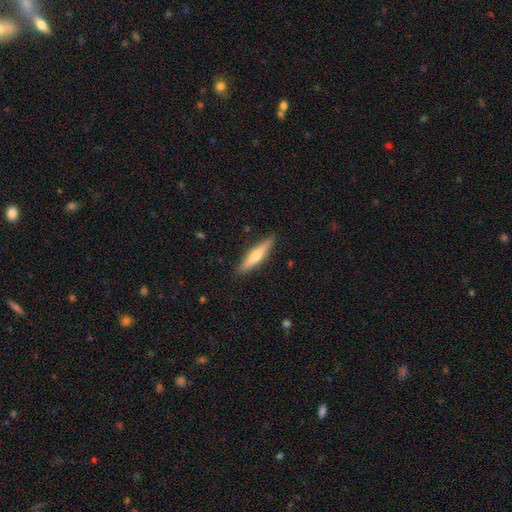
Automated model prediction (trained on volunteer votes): This is possibly a smooth galaxy (49%). Merging: clearly none (89%).